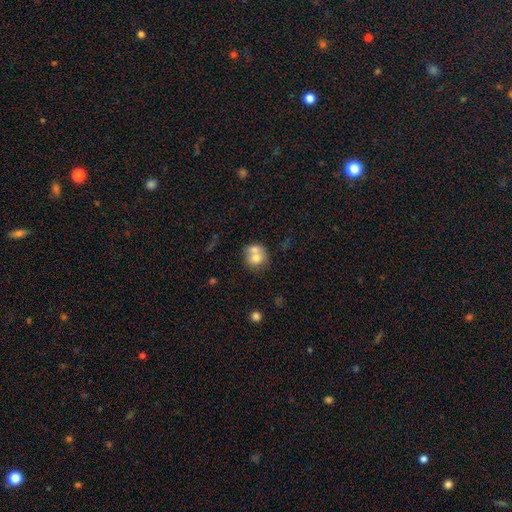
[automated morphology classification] The model was most divided on "merging": merger: 56%, none: 32%, minor disturbance: 9%, major disturbance: 4%. More confident: how rounded — round (75%); smooth or featured — smooth (69%).